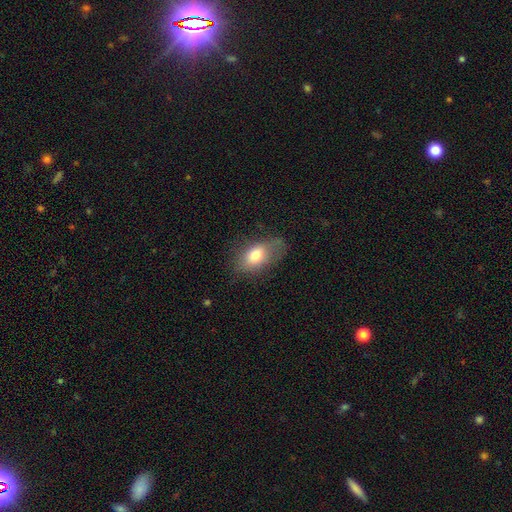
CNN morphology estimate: This appears to be a smooth galaxy with no disk features (74%) that is in between round and cigar-shaped (87%). Merging: none (55%).